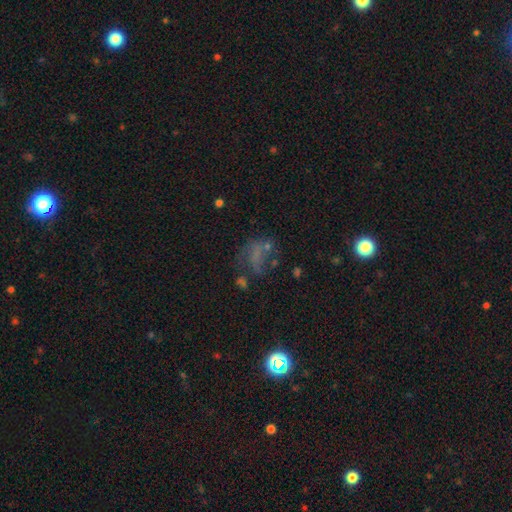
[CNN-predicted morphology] This is marginally a smooth galaxy (37%). Merging: marginally none (39%).